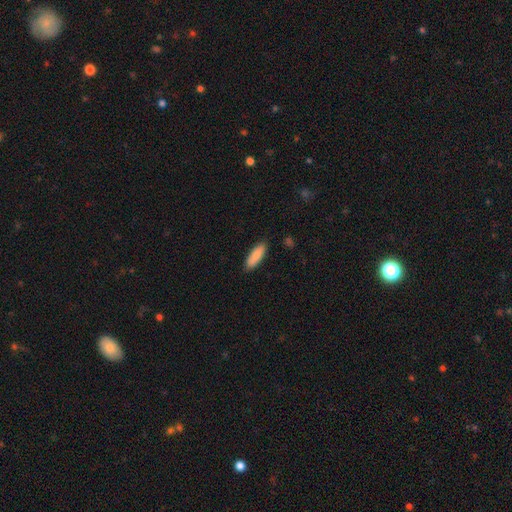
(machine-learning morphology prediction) Q: Smooth or featured?
A: smooth (86%); runner-up: featured or disk (8%)
Q: How rounded?
A: in between (56%); runner-up: cigar-shaped (42%)
Q: Merging?
A: none (87%); runner-up: minor disturbance (10%)